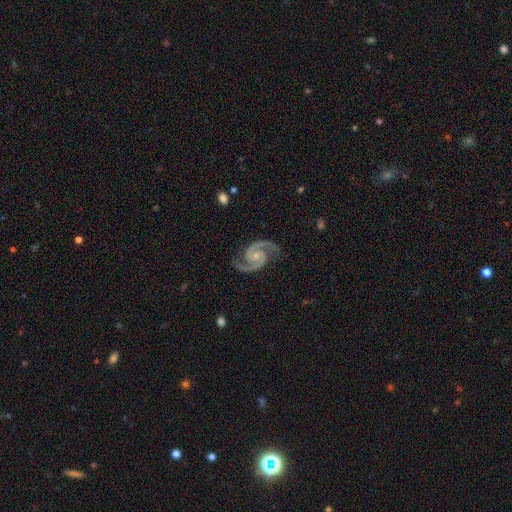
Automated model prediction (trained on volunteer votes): This is clearly a featured or disk galaxy (95%). It is clearly not viewed edge-on (98%). Bar: possibly no (58%). Spiral arm pattern: clearly yes (99%). Spiral arm count: clearly 2 (95%). Spiral winding: likely medium (63%). Central bulge: likely small (63%). Merging: clearly none (84%).